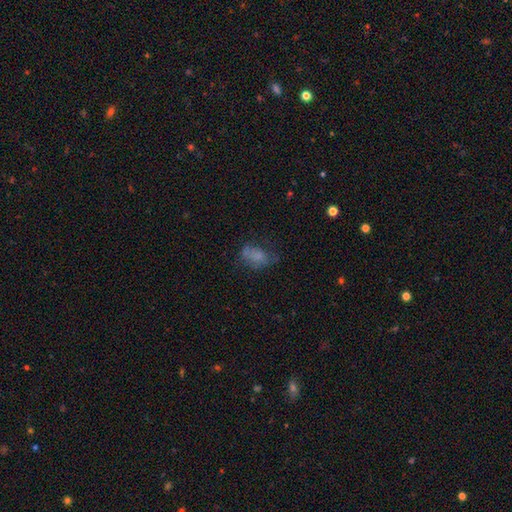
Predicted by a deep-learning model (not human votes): This is possibly a smooth galaxy (59%). How rounded: clearly in between (81%). Merging: marginally none (42%).